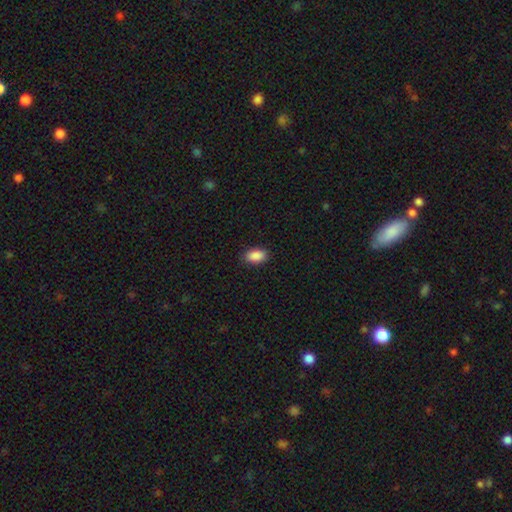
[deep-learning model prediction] This appears to be a smooth galaxy with no disk features (90%) that is in between round and cigar-shaped (92%). Merging: none (88%).